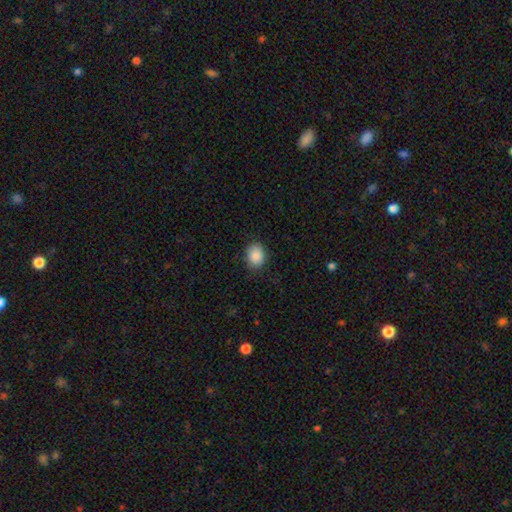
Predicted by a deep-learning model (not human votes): A smooth galaxy with no disk features (89%) that is in between round and cigar-shaped (56%). Merging: none (84%).